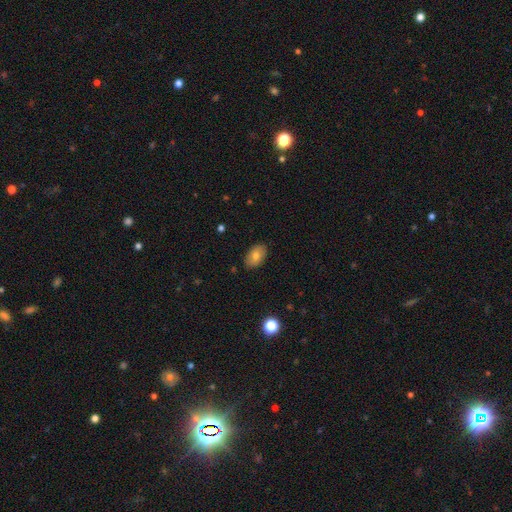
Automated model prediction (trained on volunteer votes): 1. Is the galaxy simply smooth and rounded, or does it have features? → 75% smooth, 16% featured or disk, 9% star or artifact.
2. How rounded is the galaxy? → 88% in between, 11% round, 1% cigar-shaped.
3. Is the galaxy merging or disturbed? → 86% none, 11% minor disturbance, 2% major disturbance, 1% merger.